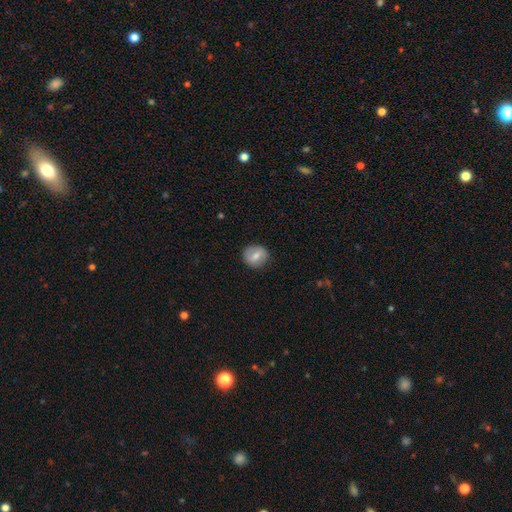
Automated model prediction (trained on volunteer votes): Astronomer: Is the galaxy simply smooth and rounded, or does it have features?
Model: smooth — 66%.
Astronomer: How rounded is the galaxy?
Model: round — 81%.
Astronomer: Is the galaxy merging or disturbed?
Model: none — 87%.